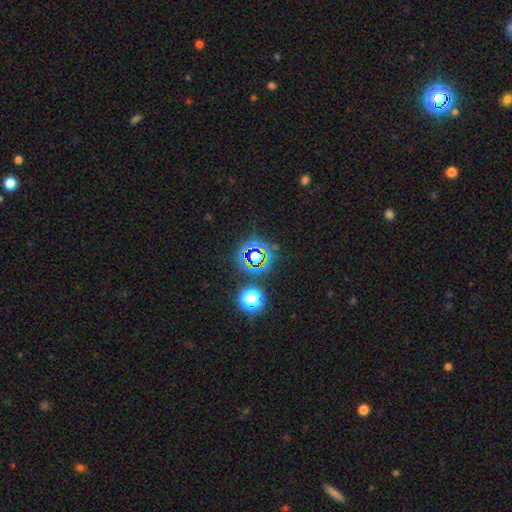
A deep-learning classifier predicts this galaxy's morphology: star or artifact 65%, smooth 24%, featured or disk 11%.